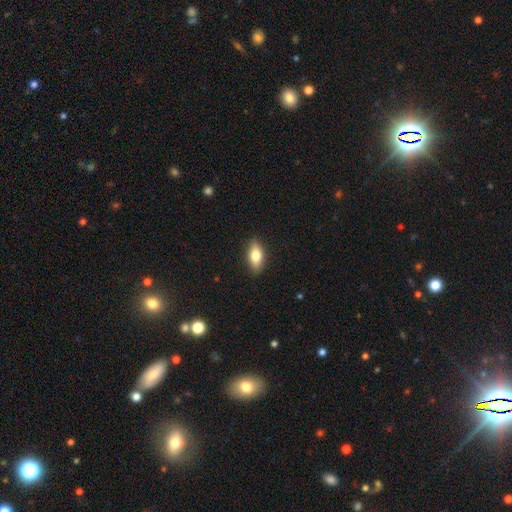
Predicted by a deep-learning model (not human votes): smooth-or-featured: smooth: 74% | featured or disk: 19% | star or artifact: 7%
  how-rounded: in between: 82% | cigar-shaped: 13% | round: 5%
  merging: none: 88% | minor disturbance: 9% | major disturbance: 2% | merger: 1%